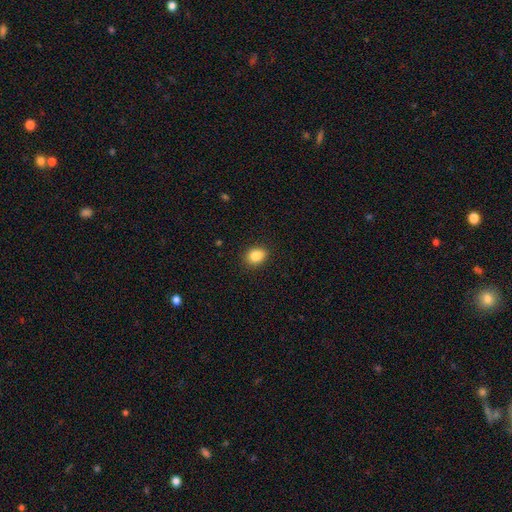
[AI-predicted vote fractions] Smooth or featured?
  - smooth: 88% *
  - star or artifact: 9%
  - featured or disk: 4%
How rounded?
  - in between: 67% *
  - round: 32%
  - cigar-shaped: 1%
Merging?
  - none: 86% *
  - minor disturbance: 11%
  - major disturbance: 3%
  - merger: 1%